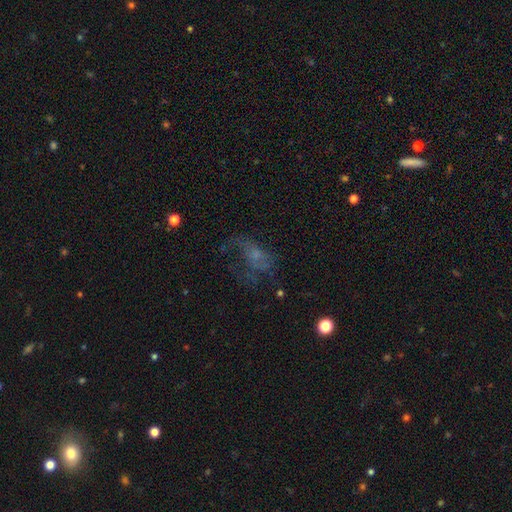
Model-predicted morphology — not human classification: type=featured or disk (46%); merging=major disturbance (45%).